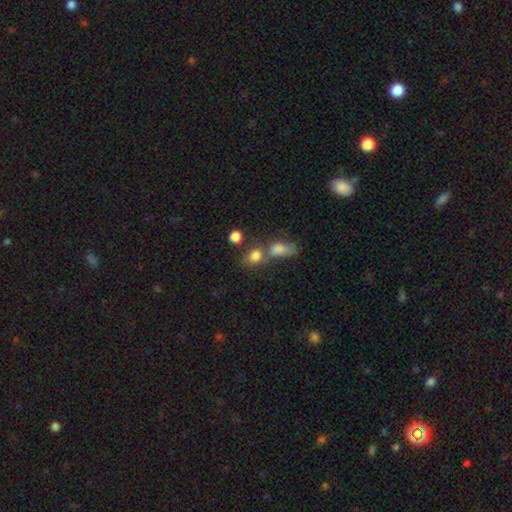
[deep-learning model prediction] Smooth or featured? smooth (78%)
How rounded? round (50%)
Merging? merger (44%)